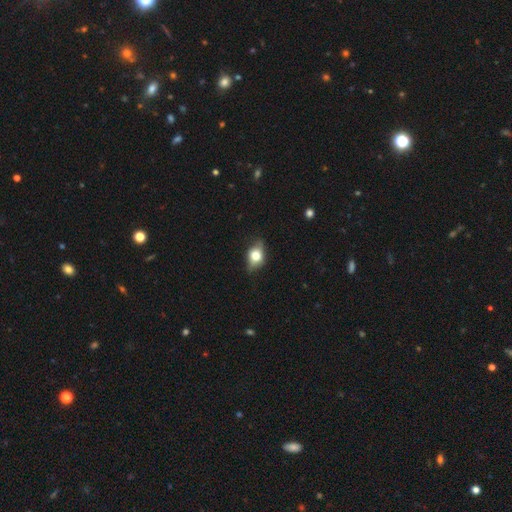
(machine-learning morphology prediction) Q: Smooth or featured?
A: smooth (52%); runner-up: featured or disk (38%)
Q: How rounded?
A: in between (68%); runner-up: round (27%)
Q: Merging?
A: none (75%); runner-up: minor disturbance (19%)